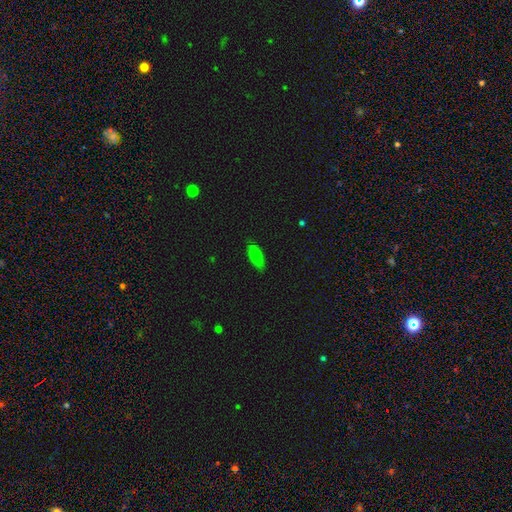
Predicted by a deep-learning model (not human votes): This is likely a smooth galaxy (73%). How rounded: clearly in between (83%). Merging: clearly none (83%).